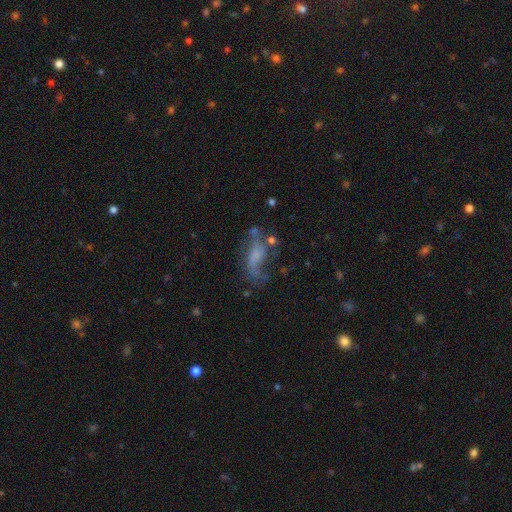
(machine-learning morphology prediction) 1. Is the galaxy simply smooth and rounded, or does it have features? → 54% featured or disk, 32% smooth, 14% star or artifact.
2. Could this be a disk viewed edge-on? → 92% no, 8% yes.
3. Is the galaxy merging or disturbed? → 37% none, 33% major disturbance, 20% minor disturbance, 10% merger.